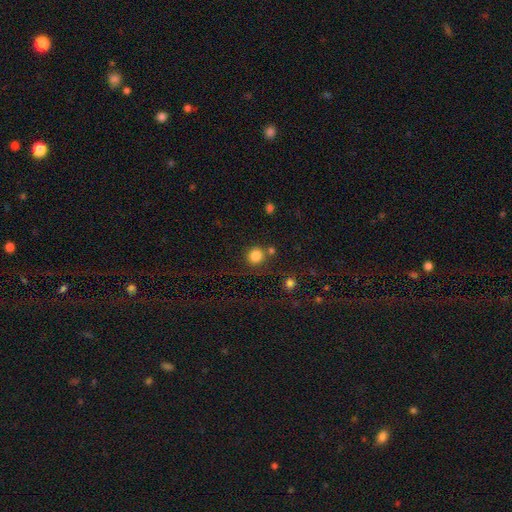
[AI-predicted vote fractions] Smooth or featured?
  - smooth: 82% *
  - star or artifact: 12%
  - featured or disk: 6%
How rounded?
  - round: 92% *
  - in between: 7%
  - cigar-shaped: 1%
Merging?
  - none: 73% *
  - merger: 12%
  - minor disturbance: 10%
  - major disturbance: 5%